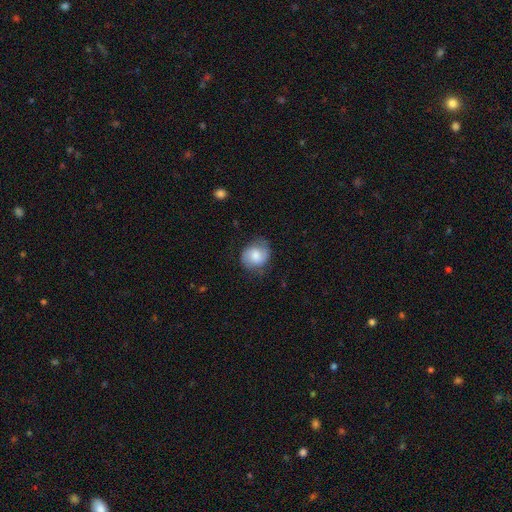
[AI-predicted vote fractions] Smooth or featured? smooth (59%)
How rounded? round (68%)
Merging? none (68%)